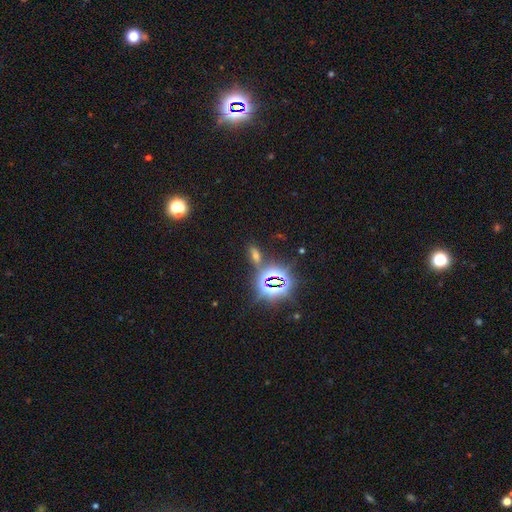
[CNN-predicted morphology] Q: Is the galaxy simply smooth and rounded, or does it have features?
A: star or artifact — 51%.